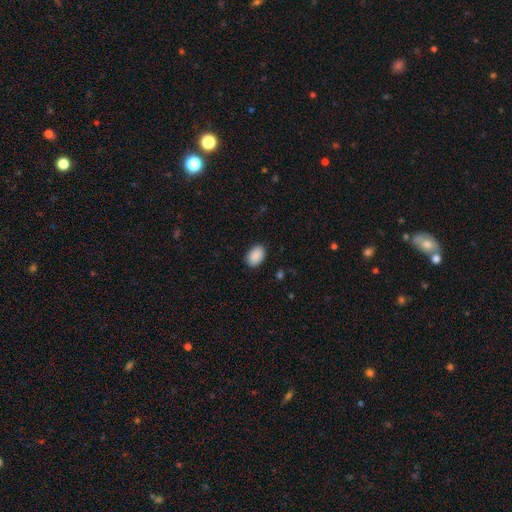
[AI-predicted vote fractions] Smooth or featured?
  - smooth: 91% *
  - star or artifact: 7%
  - featured or disk: 3%
How rounded?
  - in between: 86% *
  - round: 13%
  - cigar-shaped: 1%
Merging?
  - none: 88% *
  - minor disturbance: 9%
  - major disturbance: 2%
  - merger: 1%